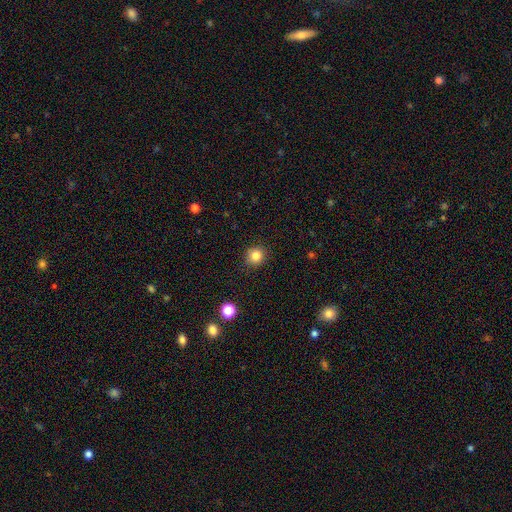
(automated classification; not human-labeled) Smooth or featured? smooth (83%)
How rounded? round (91%)
Merging? none (89%)